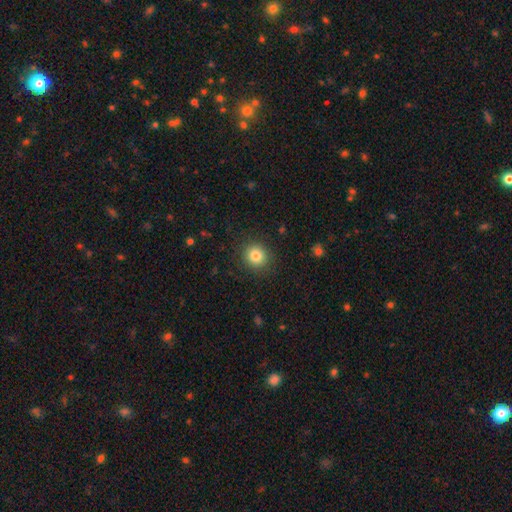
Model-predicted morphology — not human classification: Overall: smooth (83%). How rounded: round (88%). Merging: none (89%).